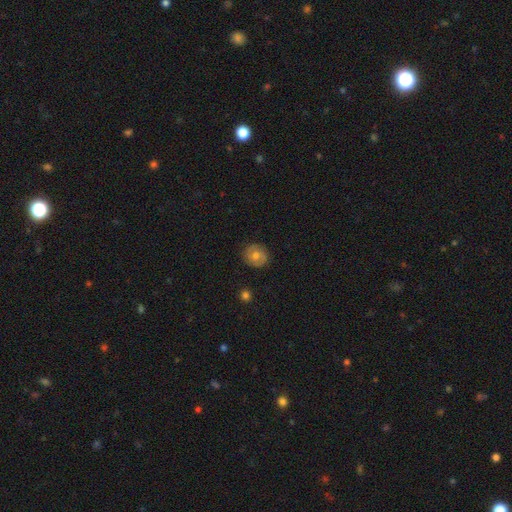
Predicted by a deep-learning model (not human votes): Smooth or featured?
  - featured or disk: 48% *
  - smooth: 43%
  - star or artifact: 9%
Merging?
  - none: 86% *
  - minor disturbance: 11%
  - major disturbance: 3%
  - merger: 1%